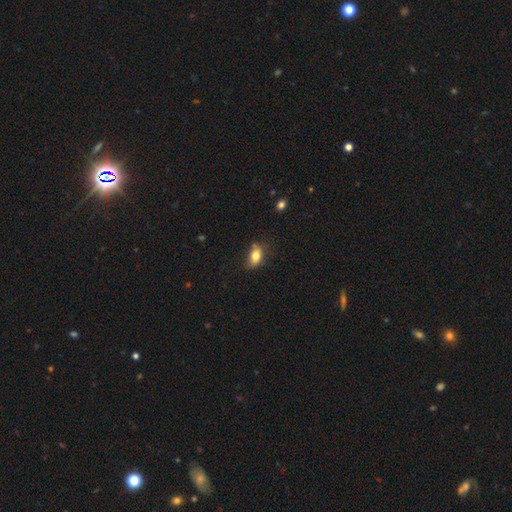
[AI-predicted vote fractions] A smooth galaxy with no disk features (79%) that is in between round and cigar-shaped (81%). Merging: none (57%).